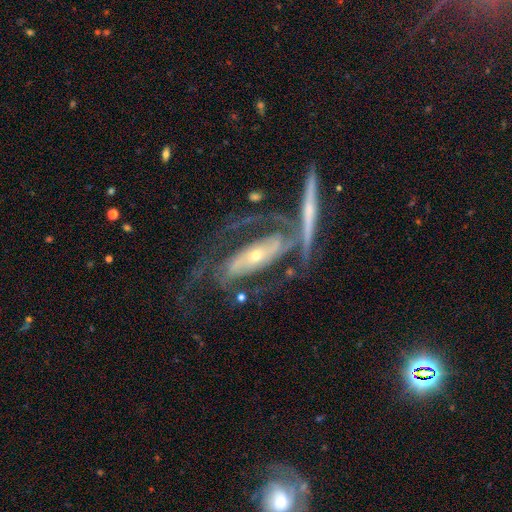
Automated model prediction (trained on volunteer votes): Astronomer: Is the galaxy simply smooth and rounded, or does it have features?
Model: featured or disk — 83%.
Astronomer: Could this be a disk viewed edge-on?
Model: no — 85%.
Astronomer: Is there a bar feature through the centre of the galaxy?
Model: no — 41% (runner-up: strong, 34%).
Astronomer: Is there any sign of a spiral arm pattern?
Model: yes — 90%.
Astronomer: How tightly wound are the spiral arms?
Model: medium — 41% (runner-up: tight, 33%).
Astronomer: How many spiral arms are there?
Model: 2 — 65%.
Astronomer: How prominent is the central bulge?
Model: small — 58% (runner-up: moderate, 38%).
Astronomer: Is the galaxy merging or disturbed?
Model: none — 36% (runner-up: merger, 24%).